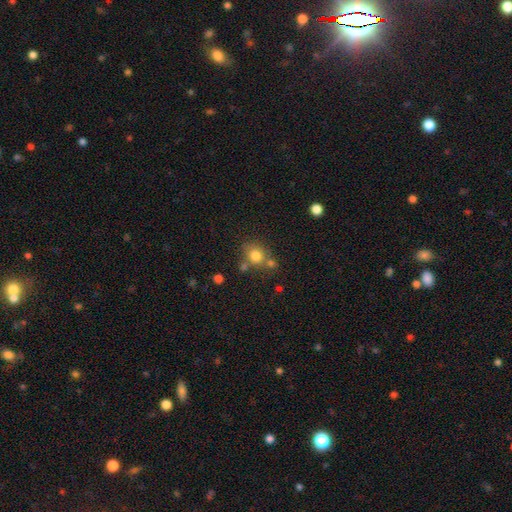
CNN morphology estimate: A smooth galaxy with no disk features (78%) that is round (71%).

Vote fractions:
- Smooth or featured? smooth: 78% / star or artifact: 12% / featured or disk: 10%
- How rounded? round: 71% / in between: 28% / cigar-shaped: 1%
- Merging? none: 58% / merger: 22% / minor disturbance: 15% / major disturbance: 6%